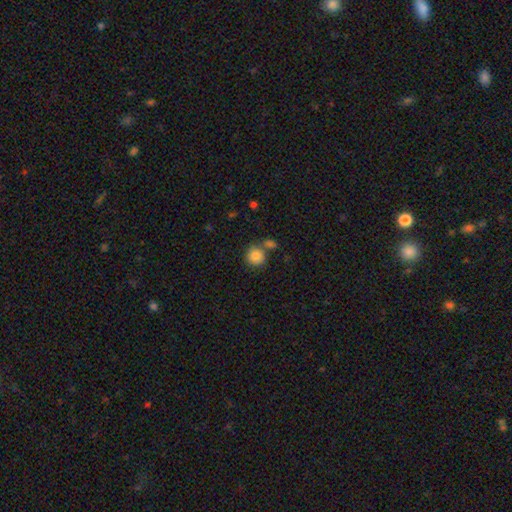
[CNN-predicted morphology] smooth_or_featured: smooth (p=0.85) [alt: star or artifact p=0.09]
how_rounded: round (p=0.90) [alt: in between p=0.09]
merging: none (p=0.64) [alt: merger p=0.23]